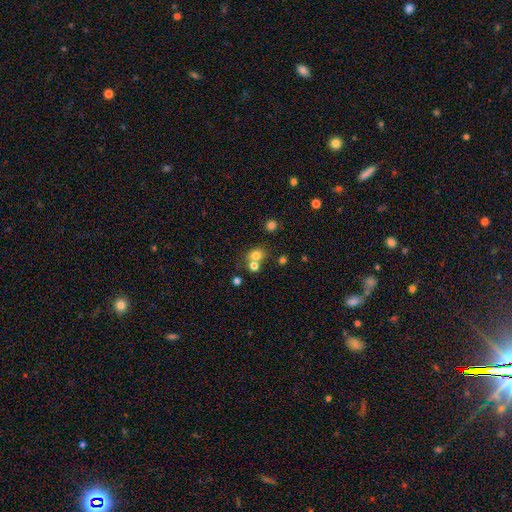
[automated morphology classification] smooth-or-featured: smooth: 73% | star or artifact: 16% | featured or disk: 11%
  how-rounded: round: 68% | in between: 31% | cigar-shaped: 1%
  merging: none: 48% | merger: 39% | minor disturbance: 8% | major disturbance: 4%